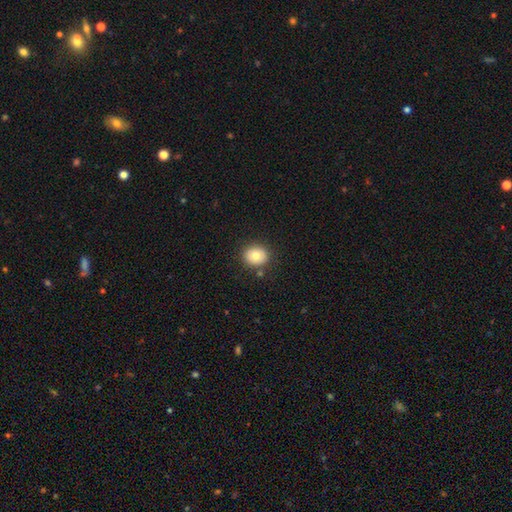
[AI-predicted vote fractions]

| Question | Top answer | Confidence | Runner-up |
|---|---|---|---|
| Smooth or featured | smooth | 80% | featured or disk (11%) |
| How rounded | round | 73% | in between (26%) |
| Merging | none | 86% | minor disturbance (9%) |